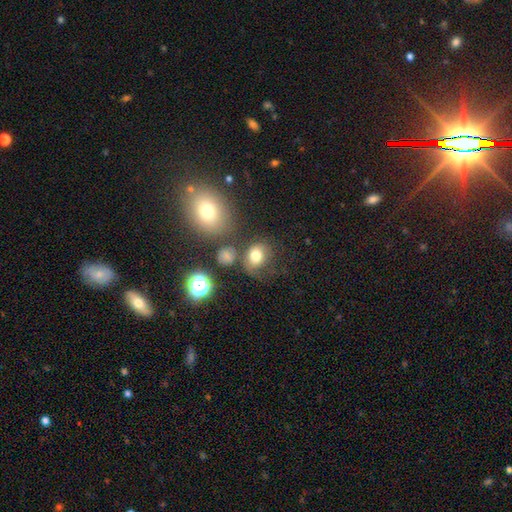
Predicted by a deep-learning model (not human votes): The model was most divided on "how rounded": in between: 50%, round: 49%, cigar-shaped: 1%. More confident: smooth or featured — smooth (75%); merging — none (60%).